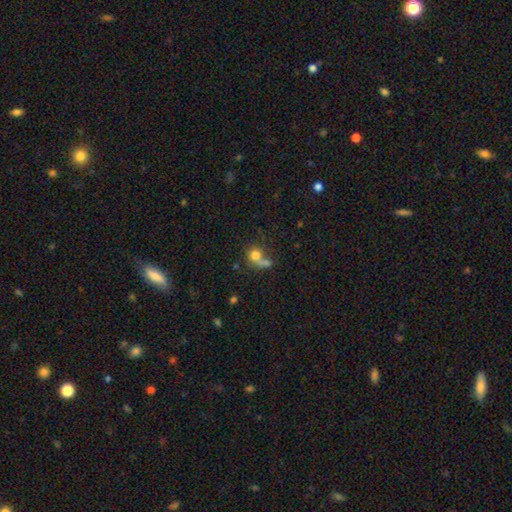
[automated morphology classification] A smooth galaxy with no disk features (74%) that is round (79%).

Vote fractions:
- Smooth or featured? smooth: 74% / featured or disk: 14% / star or artifact: 12%
- How rounded? round: 79% / in between: 20% / cigar-shaped: 1%
- Merging? merger: 47% / none: 35% / minor disturbance: 10% / major disturbance: 8%